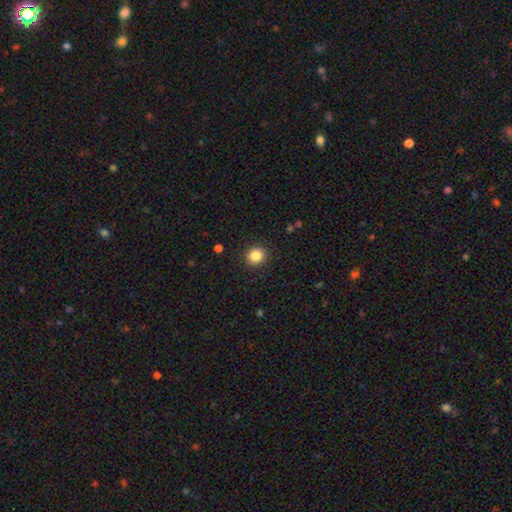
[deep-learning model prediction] Smooth or featured? Predicted: smooth (p=0.85). How rounded? Predicted: round (p=0.87). Merging? Predicted: none (p=0.90).